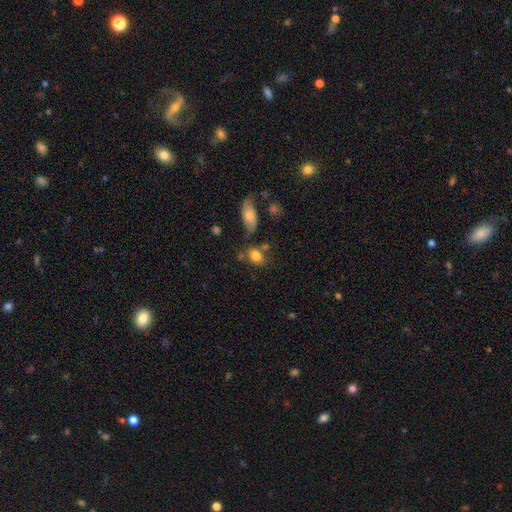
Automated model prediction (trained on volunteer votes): Q: Smooth or featured?
A: smooth (81%); runner-up: featured or disk (10%)
Q: How rounded?
A: in between (72%); runner-up: round (26%)
Q: Merging?
A: none (62%); runner-up: minor disturbance (19%)